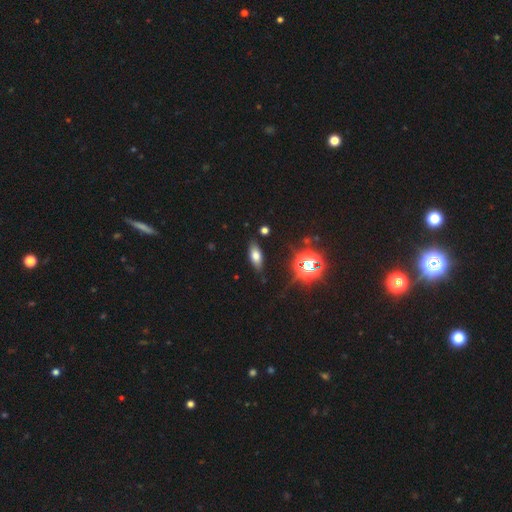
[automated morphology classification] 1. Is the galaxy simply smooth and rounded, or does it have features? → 68% smooth, 16% star or artifact, 16% featured or disk.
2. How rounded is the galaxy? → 79% in between, 16% cigar-shaped, 5% round.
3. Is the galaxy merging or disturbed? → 83% none, 12% minor disturbance, 3% major disturbance, 2% merger.